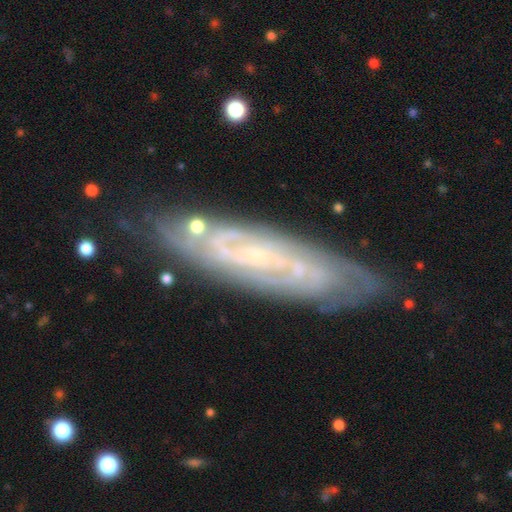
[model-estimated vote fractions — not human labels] Smooth or featured? Predicted: featured or disk (p=0.82). Edge-on disk? Predicted: no (p=0.79). Bar? Predicted: no (p=0.43). Spiral arms? Predicted: yes (p=0.93). Spiral winding? Predicted: tight (p=0.60). Spiral arm count? Predicted: can't tell (p=0.39). Bulge size? Predicted: small (p=0.79). Merging? Predicted: none (p=0.80).